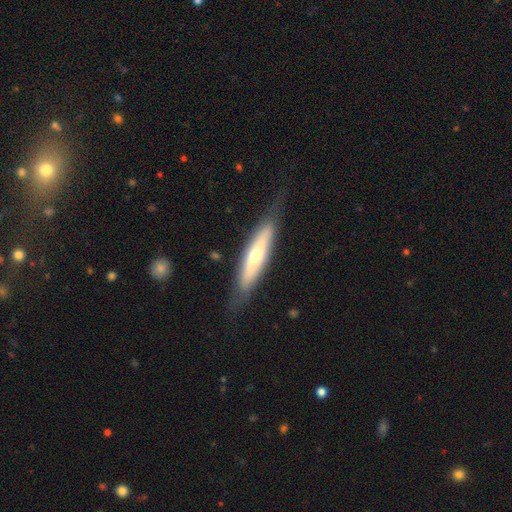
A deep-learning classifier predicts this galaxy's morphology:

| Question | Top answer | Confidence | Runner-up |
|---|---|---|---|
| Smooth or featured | featured or disk | 47% | tied: smooth (47%) |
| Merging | none | 73% | minor disturbance (18%) |